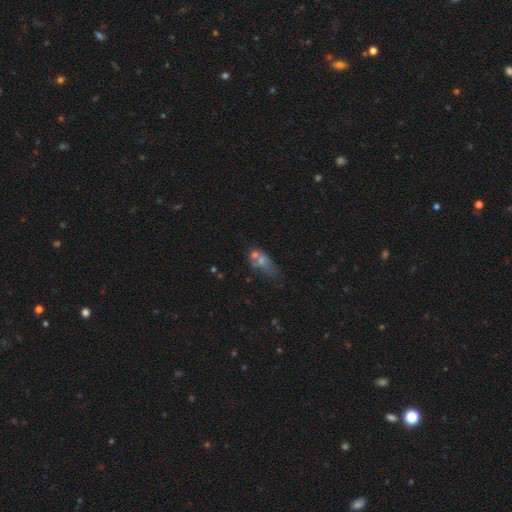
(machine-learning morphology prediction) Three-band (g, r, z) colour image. It shows a smooth galaxy with no disk features (51%) that is in between round and cigar-shaped (62%). Merging: none (38%).